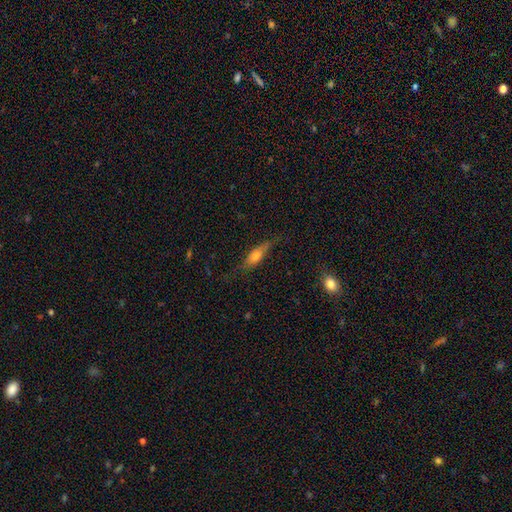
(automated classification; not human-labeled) Smooth or featured?
  - smooth: 51% *
  - featured or disk: 40%
  - star or artifact: 9%
How rounded?
  - cigar-shaped: 54% *
  - in between: 42%
  - round: 4%
Merging?
  - none: 65% *
  - minor disturbance: 23%
  - major disturbance: 10%
  - merger: 2%